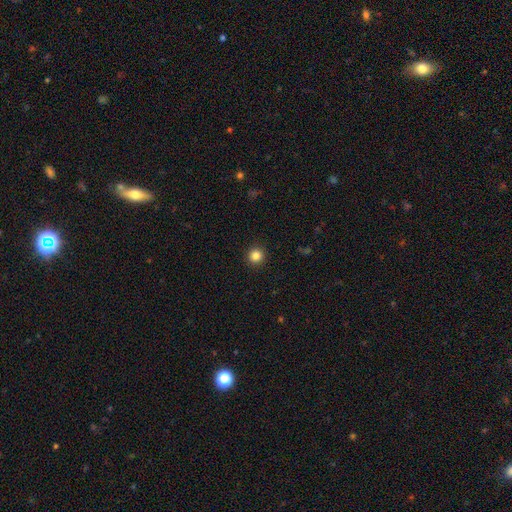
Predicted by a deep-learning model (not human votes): Smooth or featured?
  - smooth: 84% *
  - star or artifact: 12%
  - featured or disk: 5%
How rounded?
  - round: 95% *
  - in between: 4%
  - cigar-shaped: 1%
Merging?
  - none: 93% *
  - minor disturbance: 4%
  - major disturbance: 2%
  - merger: 1%